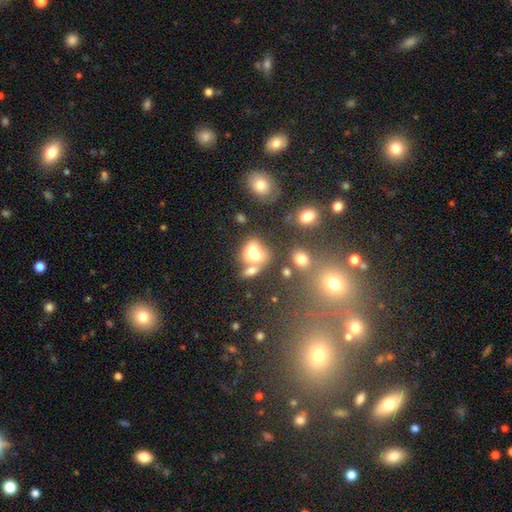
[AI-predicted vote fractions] smooth_or_featured: smooth (p=0.63) [alt: featured or disk p=0.23]
how_rounded: in between (p=0.58) [alt: round p=0.40]
merging: merger (p=0.59) [alt: none p=0.25]